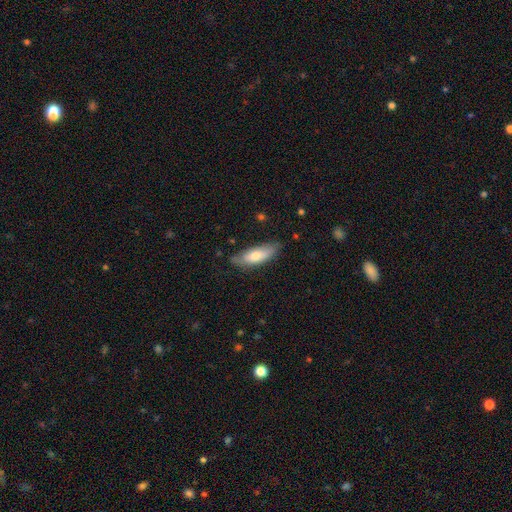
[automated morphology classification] Smooth or featured? Predicted: smooth (p=0.69). How rounded? Predicted: in between (p=0.57). Merging? Predicted: none (p=0.70).